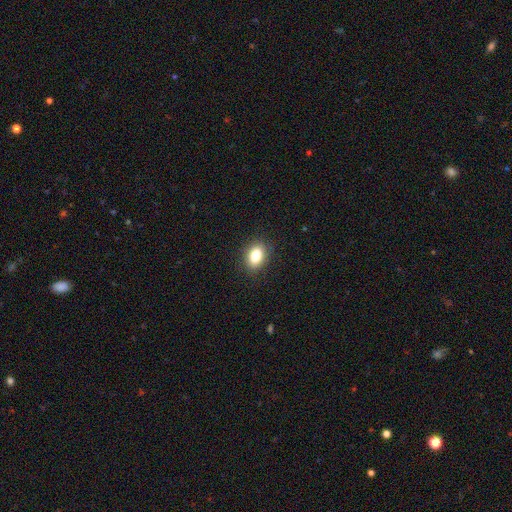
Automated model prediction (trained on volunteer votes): A smooth galaxy with no disk features (84%) that is in between round and cigar-shaped (80%). Merging: none (88%).